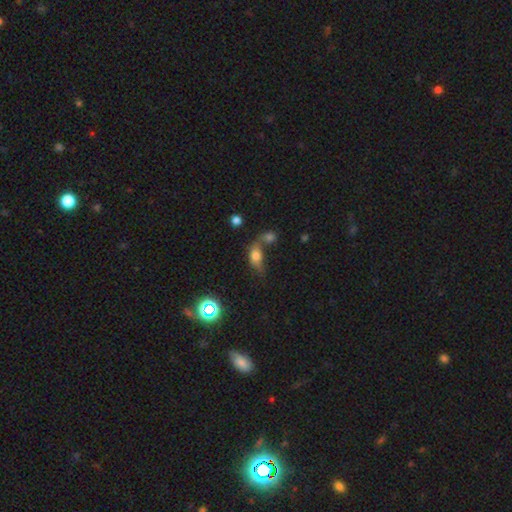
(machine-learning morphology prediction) smooth-or-featured: smooth: 67% | featured or disk: 17% | star or artifact: 16%
  how-rounded: in between: 78% | round: 16% | cigar-shaped: 6%
  merging: merger: 42% | none: 26% | minor disturbance: 16% | major disturbance: 15%